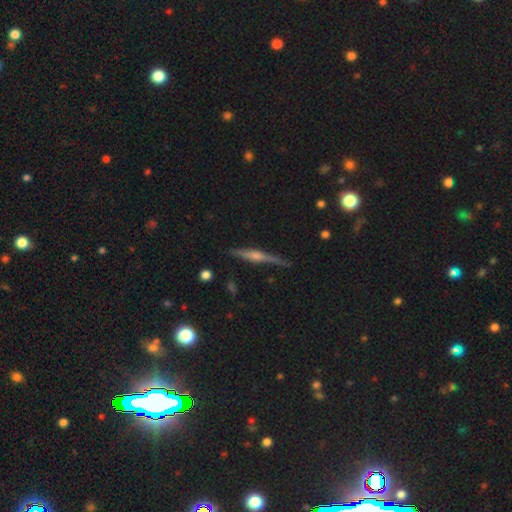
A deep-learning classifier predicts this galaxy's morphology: smooth_or_featured: featured or disk (p=0.77) [alt: smooth p=0.15]
disk_edge_on: yes (p=0.98) [alt: no p=0.02]
edge_on_bulge: rounded (p=0.84) [alt: boxy p=0.09]
merging: none (p=0.86) [alt: minor disturbance p=0.10]